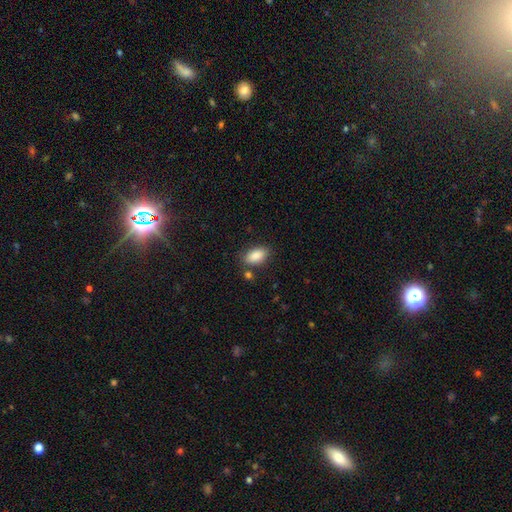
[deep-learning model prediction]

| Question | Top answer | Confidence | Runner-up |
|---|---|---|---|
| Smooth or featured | smooth | 88% | star or artifact (7%) |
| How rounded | in between | 92% | round (6%) |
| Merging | none | 79% | minor disturbance (12%) |